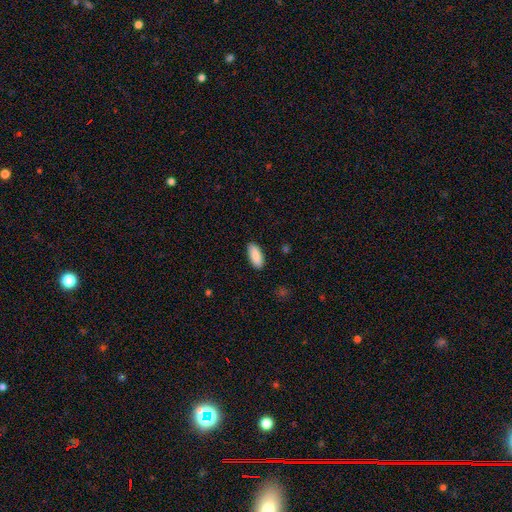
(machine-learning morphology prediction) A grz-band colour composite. It shows a smooth galaxy with no disk features (89%) that is in between round and cigar-shaped (85%). Merging: none (89%).